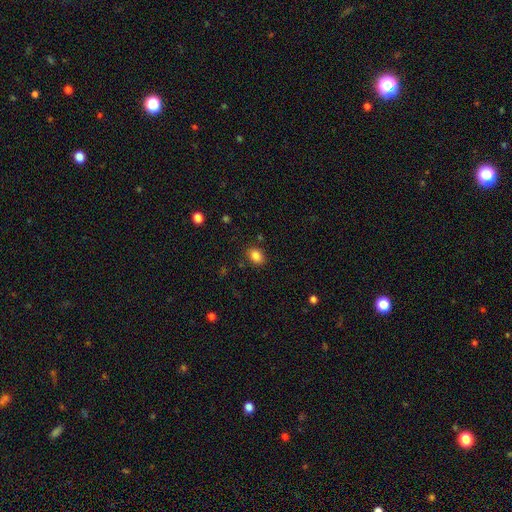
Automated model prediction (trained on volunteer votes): smooth_or_featured: smooth (p=0.84) [alt: star or artifact p=0.10]
how_rounded: in between (p=0.66) [alt: round p=0.33]
merging: none (p=0.84) [alt: minor disturbance p=0.11]